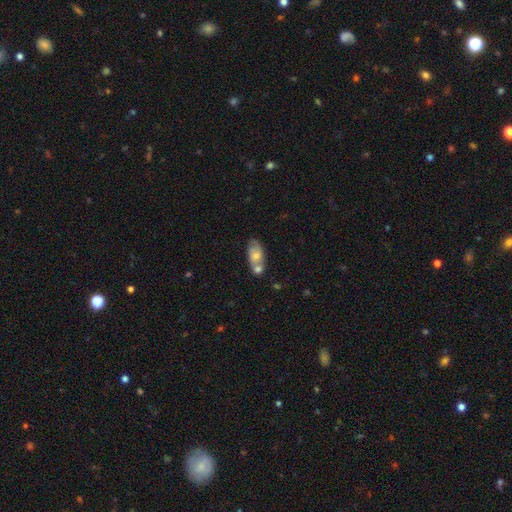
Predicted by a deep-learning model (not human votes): Q: Smooth or featured?
A: smooth (58%); runner-up: featured or disk (34%)
Q: How rounded?
A: in between (86%); runner-up: cigar-shaped (8%)
Q: Merging?
A: merger (43%); runner-up: none (34%)